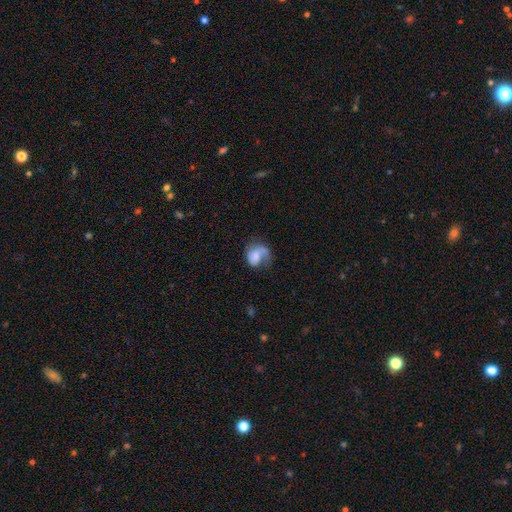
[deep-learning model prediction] A featured or disk galaxy (53%) with no bar (67%), spiral arms (84%) and a moderate central bulge (36%).

Vote fractions:
- Smooth or featured? featured or disk: 53% / smooth: 39% / star or artifact: 8%
- Edge-on disk? no: 97% / yes: 3%
- Bar? no: 67% / weak: 28% / strong: 5%
- Spiral arms? yes: 84% / no: 16%
- Bulge size? moderate: 36% / small: 32% / none: 17% / large: 12% / dominant: 3%
- Merging? none: 39% / major disturbance: 33% / minor disturbance: 24% / merger: 4%